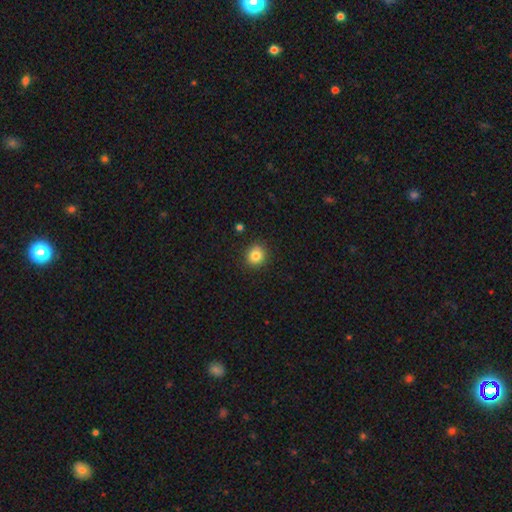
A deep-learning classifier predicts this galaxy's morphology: A smooth galaxy with no disk features (83%) that is round (87%). Merging: none (90%).